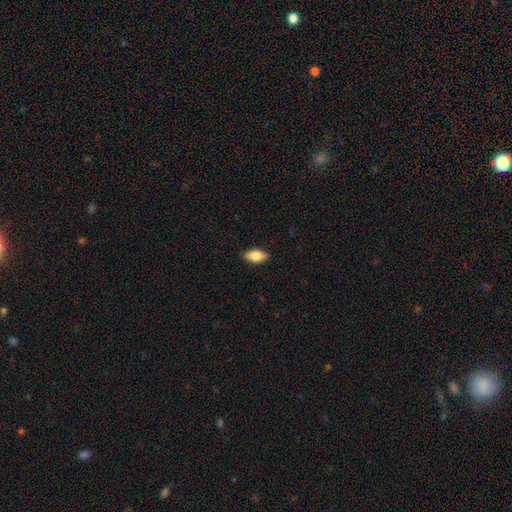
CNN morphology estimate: Overall: smooth (83%). How rounded: in between (89%). Merging: none (88%).